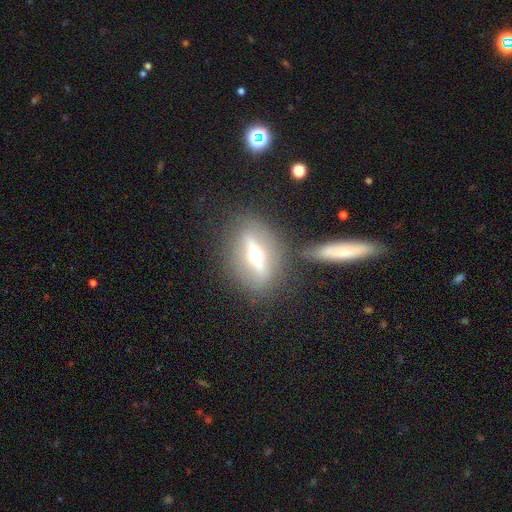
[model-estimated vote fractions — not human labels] Smooth or featured? featured or disk (67%)
Edge-on disk? yes (76%)
Edge-on bulge? rounded (94%)
Merging? none (76%)